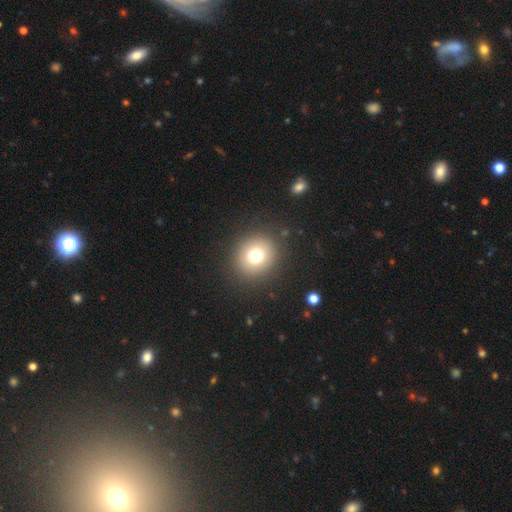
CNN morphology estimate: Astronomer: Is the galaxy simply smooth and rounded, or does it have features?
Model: smooth — 75%.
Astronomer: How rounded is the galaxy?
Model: round — 86%.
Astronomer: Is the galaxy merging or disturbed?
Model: none — 89%.